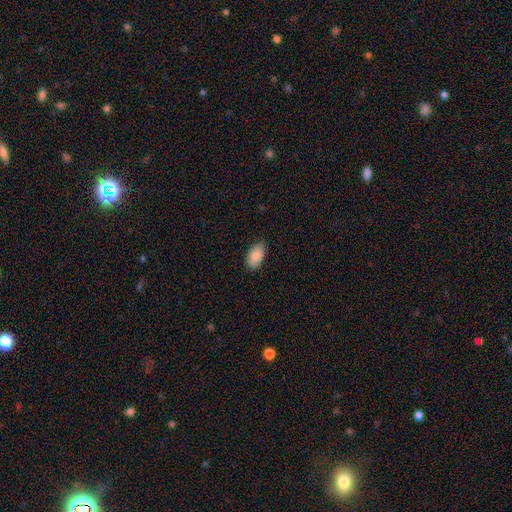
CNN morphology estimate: The model was most divided on "merging": none: 80%, minor disturbance: 17%, major disturbance: 2%, merger: 1%. More confident: how rounded — in between (94%); smooth or featured — smooth (87%).